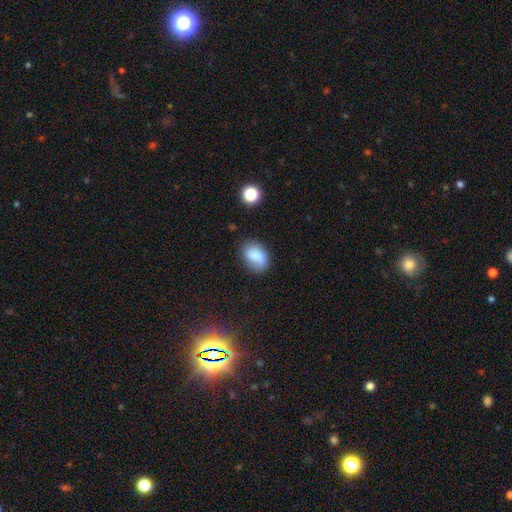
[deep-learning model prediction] This is clearly a smooth galaxy (83%). How rounded: clearly in between (81%). Merging: likely none (71%).